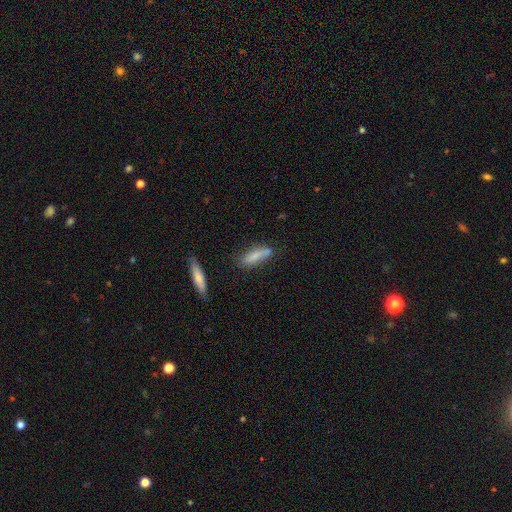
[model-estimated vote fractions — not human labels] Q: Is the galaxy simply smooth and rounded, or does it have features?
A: smooth — 76%.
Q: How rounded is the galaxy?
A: cigar-shaped — 69%.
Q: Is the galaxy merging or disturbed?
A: none — 65%.